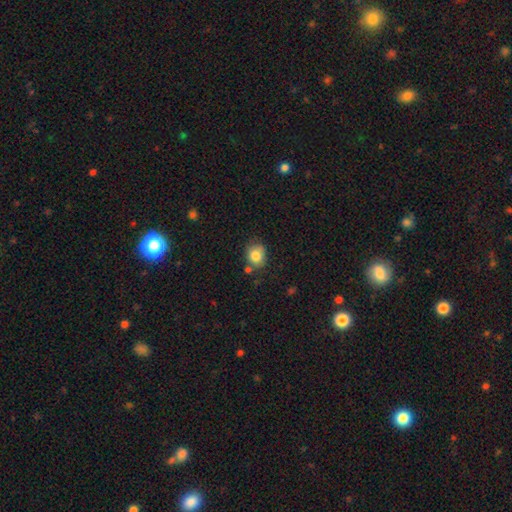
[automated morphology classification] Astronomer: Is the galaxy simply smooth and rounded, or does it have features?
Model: smooth — 83%.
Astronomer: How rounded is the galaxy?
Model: round — 66%.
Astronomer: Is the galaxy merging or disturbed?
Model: none — 67%.